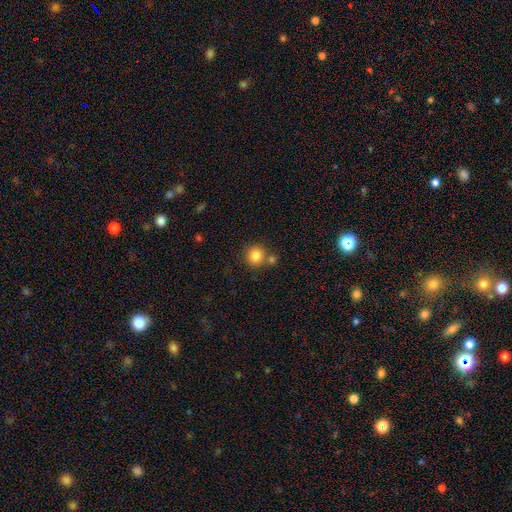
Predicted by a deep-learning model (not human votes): A smooth galaxy with no disk features (84%) that is round (89%). Merging: none (69%).